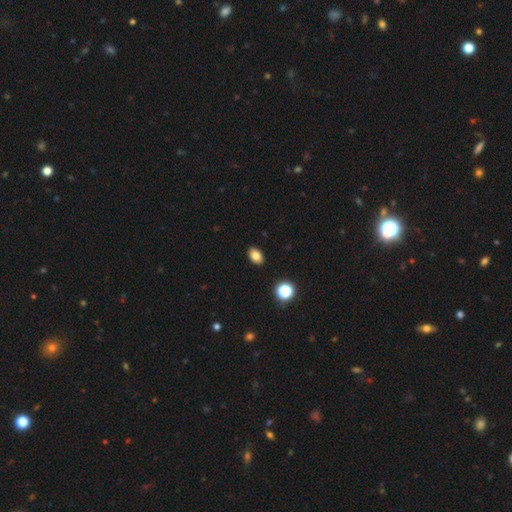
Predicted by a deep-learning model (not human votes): smooth_or_featured: smooth (p=0.82) [alt: star or artifact p=0.11]
how_rounded: in between (p=0.85) [alt: round p=0.13]
merging: none (p=0.90) [alt: minor disturbance p=0.07]